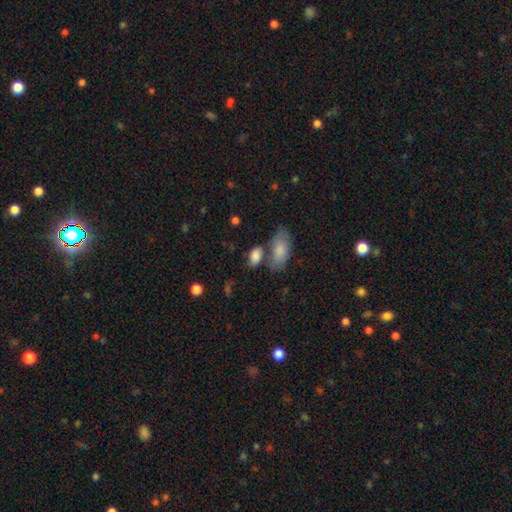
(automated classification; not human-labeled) smooth_or_featured: smooth (p=0.83) [alt: featured or disk p=0.10]
how_rounded: in between (p=0.88) [alt: round p=0.09]
merging: none (p=0.49) [alt: merger p=0.27]